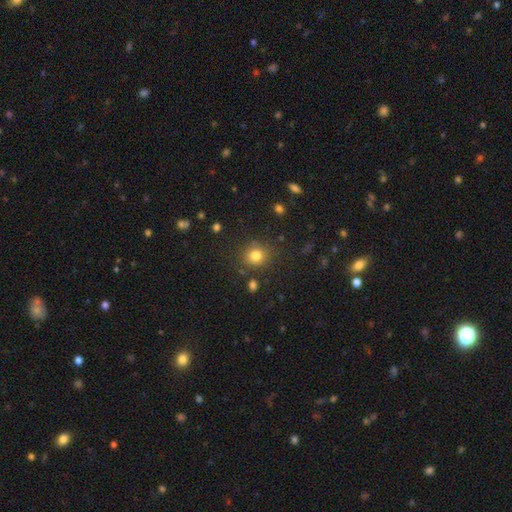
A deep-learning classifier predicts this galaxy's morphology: A smooth galaxy with no disk features (80%) that is round (81%).

Vote fractions:
- Smooth or featured? smooth: 80% / star or artifact: 14% / featured or disk: 7%
- How rounded? round: 81% / in between: 18% / cigar-shaped: 1%
- Merging? none: 81% / minor disturbance: 11% / merger: 4% / major disturbance: 4%